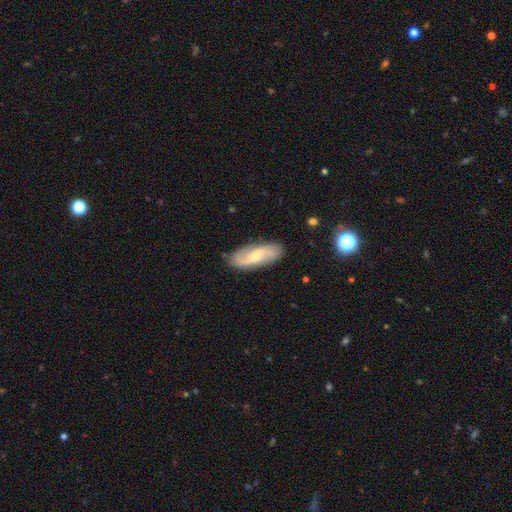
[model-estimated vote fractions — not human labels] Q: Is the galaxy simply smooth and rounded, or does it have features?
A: featured or disk — 72%.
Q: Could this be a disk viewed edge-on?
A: no — 92%.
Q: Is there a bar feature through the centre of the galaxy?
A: weak — 44%.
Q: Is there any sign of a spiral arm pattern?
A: yes — 93%.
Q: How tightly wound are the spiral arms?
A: loose — 56%.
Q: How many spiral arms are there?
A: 2 — 89%.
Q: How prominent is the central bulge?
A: small — 58%.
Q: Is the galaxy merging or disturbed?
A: none — 84%.